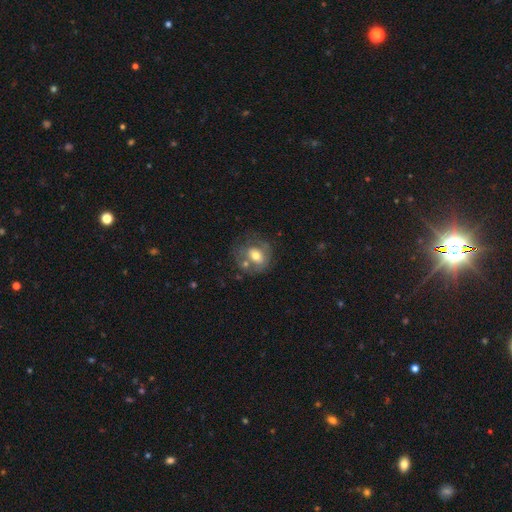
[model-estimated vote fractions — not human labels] Smooth or featured: smooth — 50% (featured or disk — 41%)
How rounded: round — 62% (in between — 36%)
Merging: none — 49% (minor disturbance — 21%)